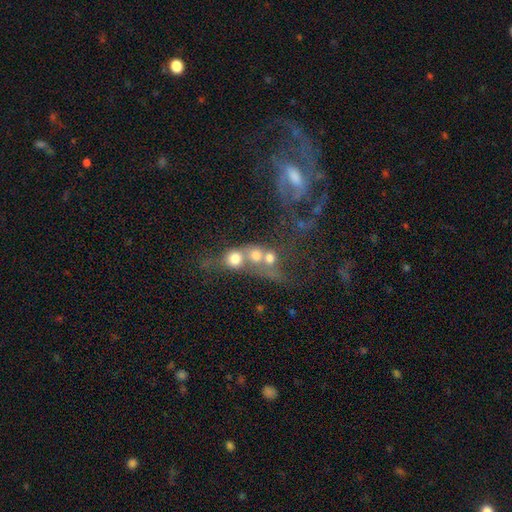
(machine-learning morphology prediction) A smooth galaxy with no disk features (46%). Merging: merger (59%).